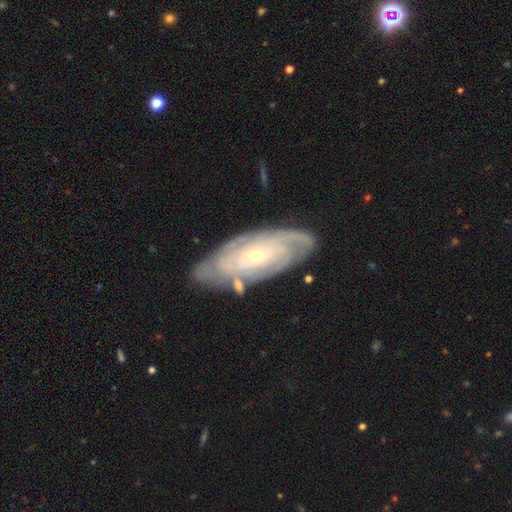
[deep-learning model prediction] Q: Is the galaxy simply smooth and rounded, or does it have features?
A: featured or disk — 82%.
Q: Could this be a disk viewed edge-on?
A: no — 90%.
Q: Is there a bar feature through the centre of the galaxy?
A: no — 72%.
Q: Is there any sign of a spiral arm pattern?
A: yes — 92%.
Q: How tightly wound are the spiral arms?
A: tight — 73%.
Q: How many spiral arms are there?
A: can't tell — 46%.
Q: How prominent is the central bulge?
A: small — 69%.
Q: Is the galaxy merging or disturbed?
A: none — 76%.